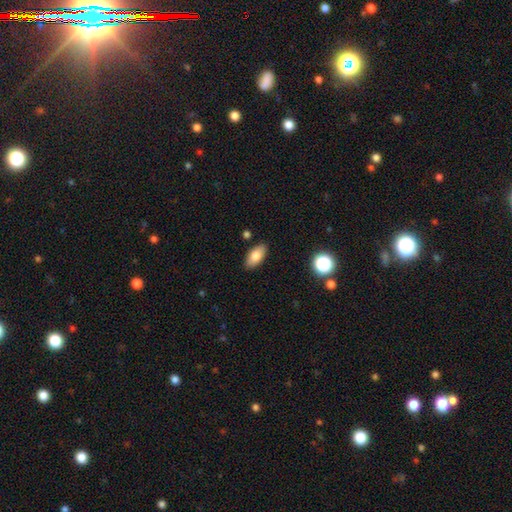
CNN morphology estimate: A smooth galaxy with no disk features (80%) that is in between round and cigar-shaped (90%).

Vote fractions:
- Smooth or featured? smooth: 80% / featured or disk: 12% / star or artifact: 8%
- How rounded? in between: 90% / cigar-shaped: 6% / round: 3%
- Merging? none: 87% / minor disturbance: 9% / major disturbance: 2% / merger: 2%